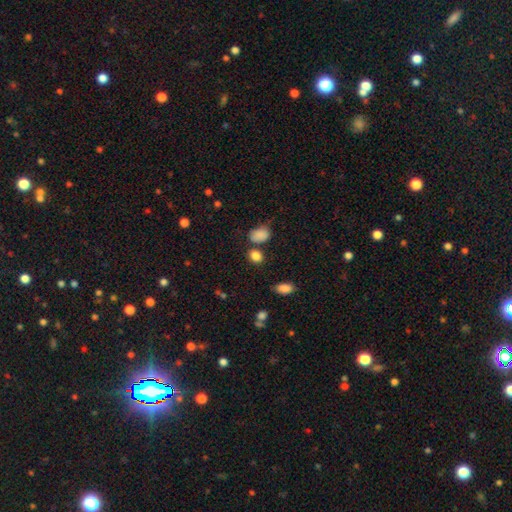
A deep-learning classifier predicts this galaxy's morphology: A smooth galaxy with no disk features (84%) that is in between round and cigar-shaped (55%).

Vote fractions:
- Smooth or featured? smooth: 84% / star or artifact: 11% / featured or disk: 4%
- How rounded? in between: 55% / round: 44% / cigar-shaped: 1%
- Merging? none: 69% / minor disturbance: 14% / merger: 13% / major disturbance: 4%